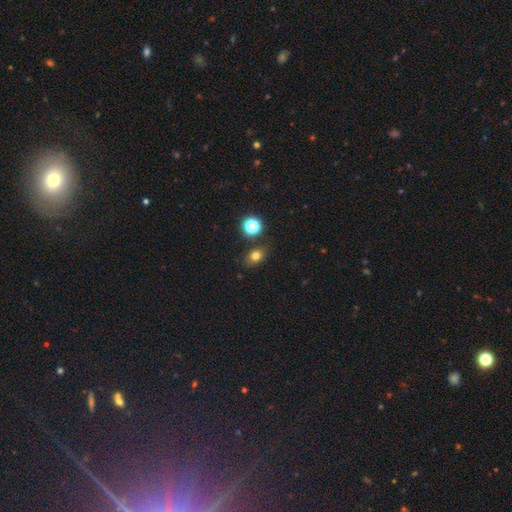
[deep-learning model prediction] Overall: smooth (74%). How rounded: in between (63%; round 35%). Merging: none (80%).